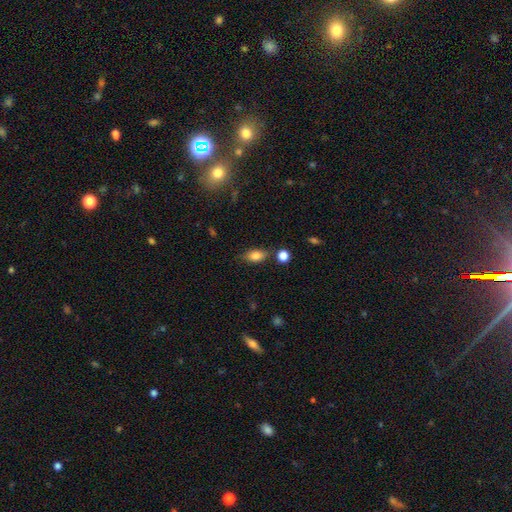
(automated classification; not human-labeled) The model was most divided on "merging": none: 76%, minor disturbance: 14%, merger: 7%, major disturbance: 4%. More confident: how rounded — in between (85%); smooth or featured — smooth (82%).